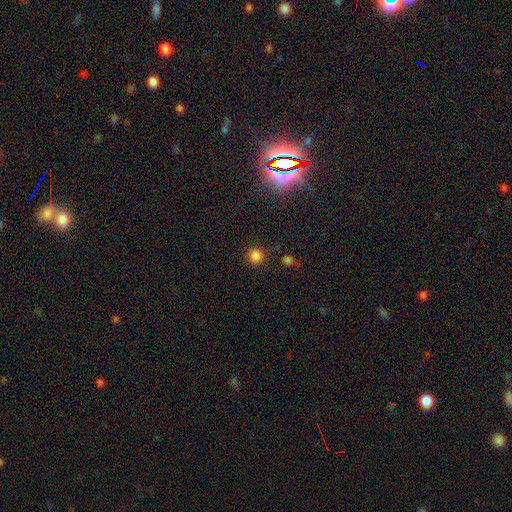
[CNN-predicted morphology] Smooth or featured?
  - smooth: 80% *
  - star or artifact: 16%
  - featured or disk: 4%
How rounded?
  - round: 90% *
  - in between: 9%
  - cigar-shaped: 1%
Merging?
  - none: 81% *
  - minor disturbance: 10%
  - merger: 5%
  - major disturbance: 4%